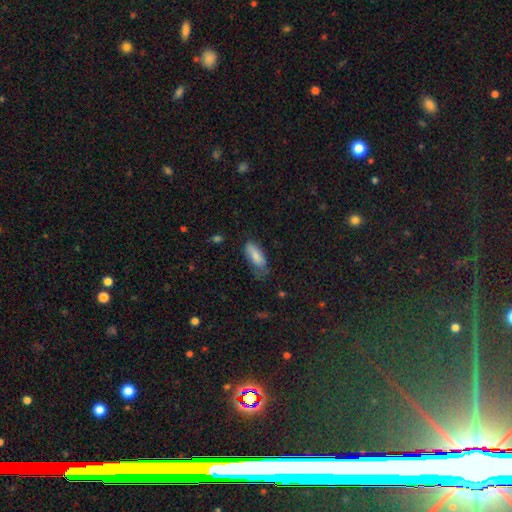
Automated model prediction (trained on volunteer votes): Q: Smooth or featured?
A: smooth (80%); runner-up: featured or disk (13%)
Q: How rounded?
A: in between (75%); runner-up: cigar-shaped (23%)
Q: Merging?
A: none (52%); runner-up: minor disturbance (34%)